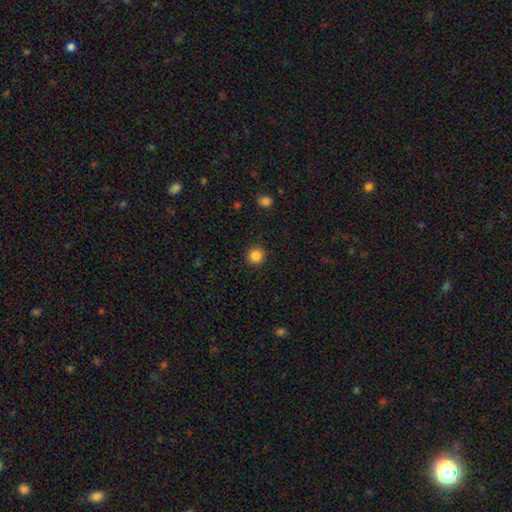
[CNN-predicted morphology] smooth_or_featured: smooth (p=0.86) [alt: star or artifact p=0.11]
how_rounded: round (p=0.93) [alt: in between p=0.06]
merging: none (p=0.91) [alt: minor disturbance p=0.06]